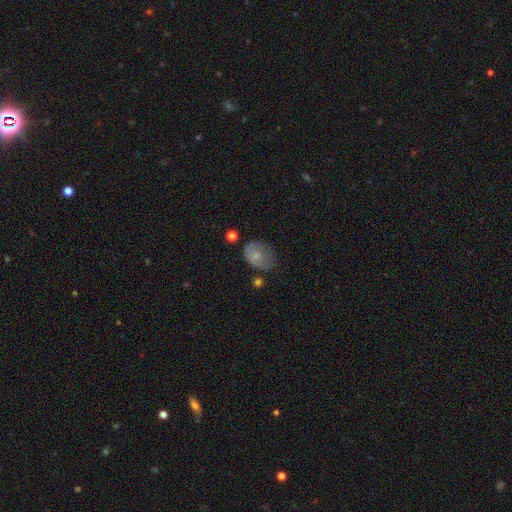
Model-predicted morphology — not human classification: smooth 71%, featured or disk 20%, star or artifact 9%. Down the decision tree: how rounded — in between (64%); merging — none (41%).